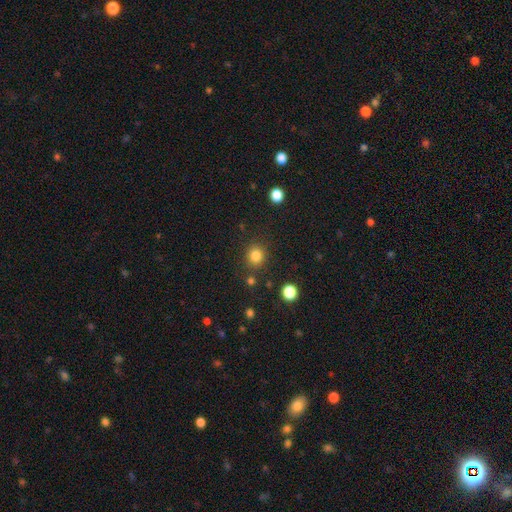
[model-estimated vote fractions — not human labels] Smooth or featured? Predicted: smooth (p=0.83). How rounded? Predicted: round (p=0.86). Merging? Predicted: none (p=0.85).